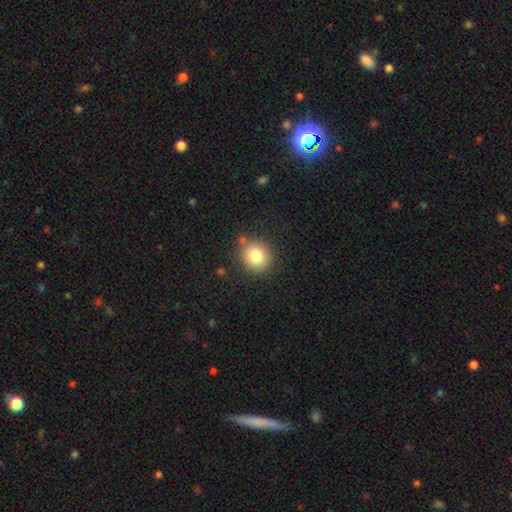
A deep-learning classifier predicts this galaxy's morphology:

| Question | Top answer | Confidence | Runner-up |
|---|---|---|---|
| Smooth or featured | smooth | 81% | star or artifact (10%) |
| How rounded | round | 85% | in between (14%) |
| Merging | none | 80% | minor disturbance (12%) |